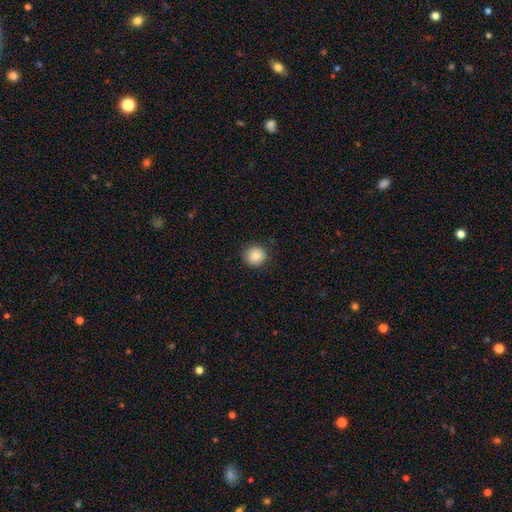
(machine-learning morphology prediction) type=smooth (85%); roundness=round (91%); merging=none (89%).